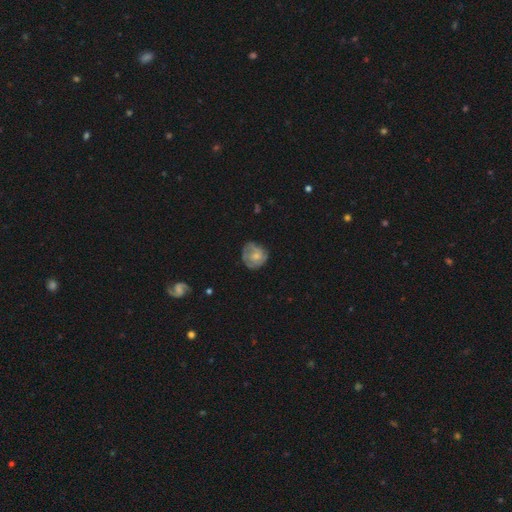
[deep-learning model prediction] Smooth or featured: smooth — 52% (featured or disk — 41%)
How rounded: round — 77% (in between — 22%)
Merging: none — 60% (minor disturbance — 27%)